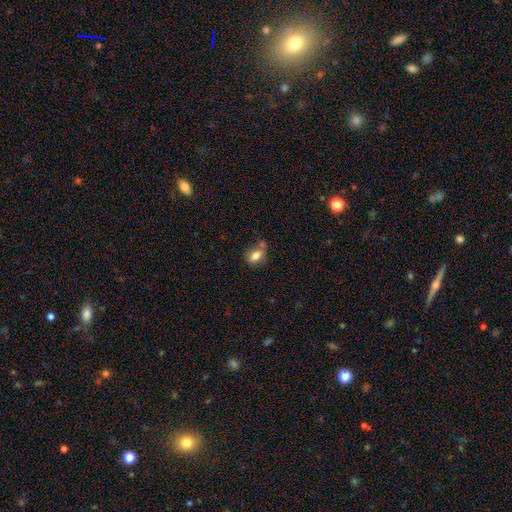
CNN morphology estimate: Smooth or featured? smooth (81%)
How rounded? in between (72%)
Merging? none (52%)